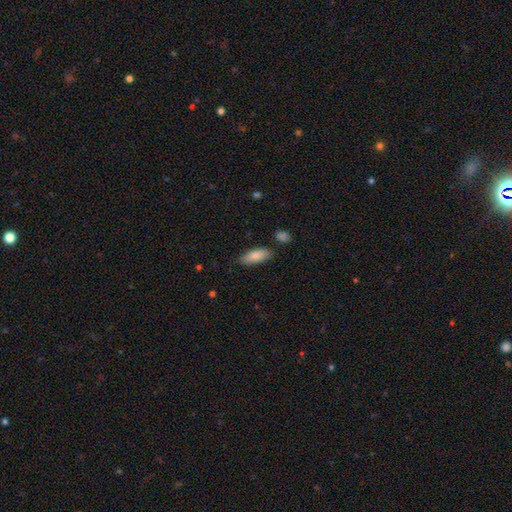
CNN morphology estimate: Smooth or featured: smooth — 83% (featured or disk — 11%)
How rounded: in between — 76% (cigar-shaped — 22%)
Merging: none — 80% (minor disturbance — 14%)